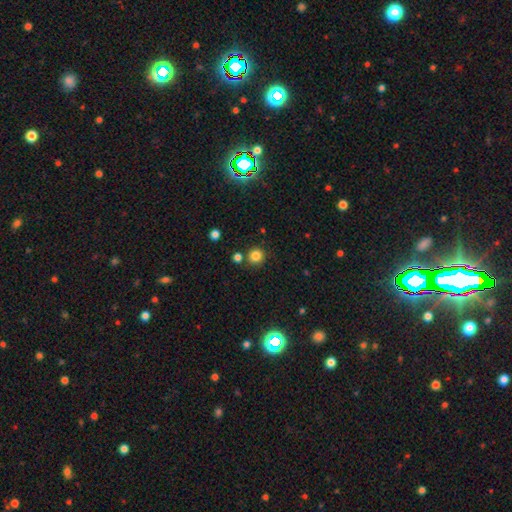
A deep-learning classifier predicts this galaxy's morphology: The model was most divided on "smooth or featured": smooth: 82%, star or artifact: 13%, featured or disk: 5%. More confident: how rounded — round (91%); merging — none (80%).